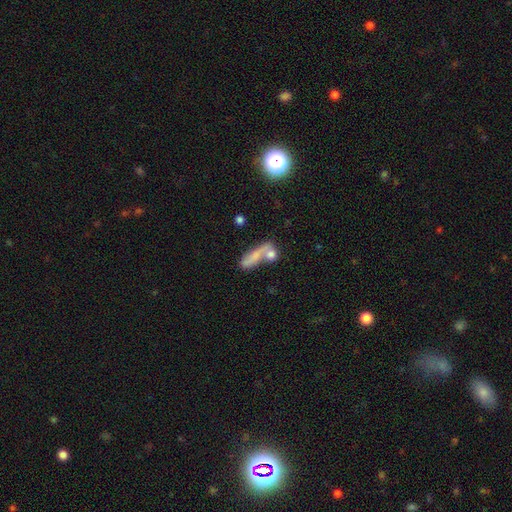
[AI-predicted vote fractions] A smooth galaxy with no disk features (62%) that is in between round and cigar-shaped (47%).

Vote fractions:
- Smooth or featured? smooth: 62% / featured or disk: 26% / star or artifact: 12%
- How rounded? in between: 47% / cigar-shaped: 43% / round: 10%
- Merging? merger: 46% / none: 31% / minor disturbance: 13% / major disturbance: 11%